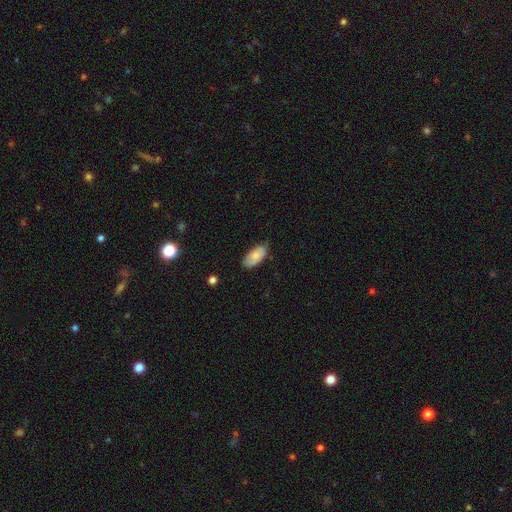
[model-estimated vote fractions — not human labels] The model was most divided on "merging": none: 68%, minor disturbance: 27%, major disturbance: 4%, merger: 1%. More confident: how rounded — in between (92%); smooth or featured — smooth (78%).